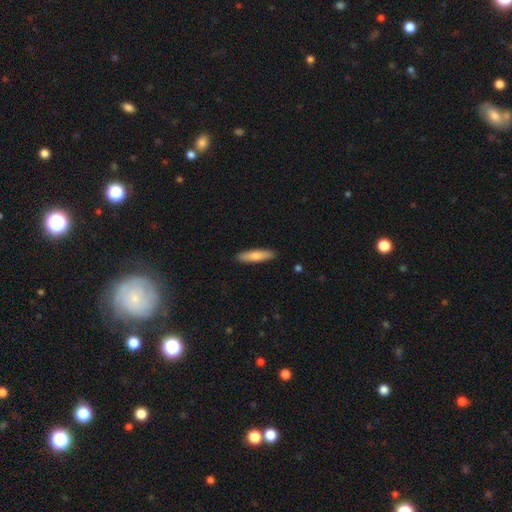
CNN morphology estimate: smooth 76%, featured or disk 19%, star or artifact 5%. Down the decision tree: how rounded — cigar-shaped (78%); merging — none (90%).